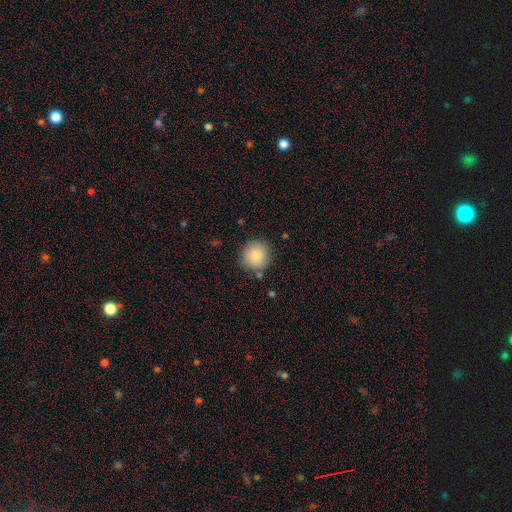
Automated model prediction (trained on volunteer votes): Morphology: type=smooth (84%); roundness=round (93%); merging=none (85%).